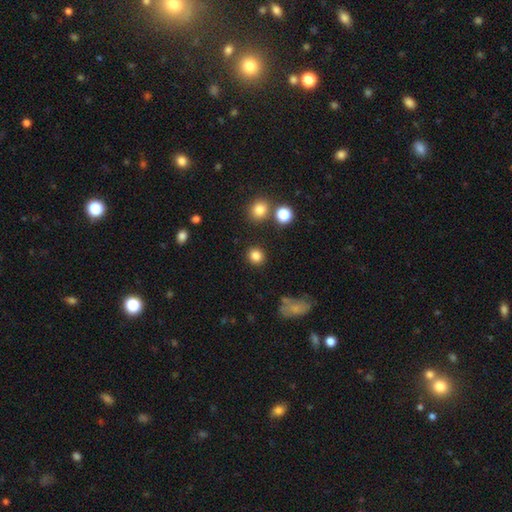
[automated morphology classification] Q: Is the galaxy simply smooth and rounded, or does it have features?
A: smooth — 84%.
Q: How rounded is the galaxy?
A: round — 87%.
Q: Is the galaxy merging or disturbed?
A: none — 88%.